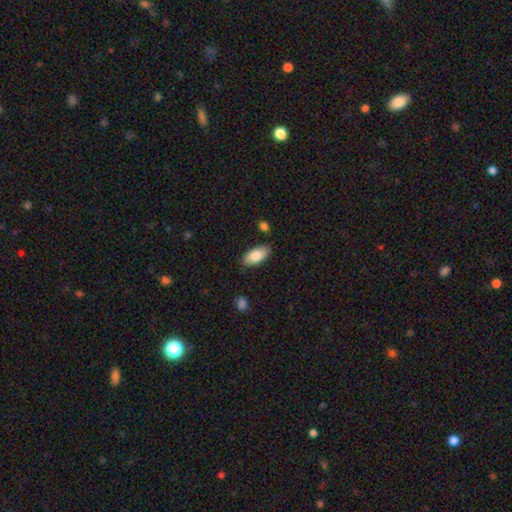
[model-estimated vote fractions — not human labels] Smooth or featured? smooth (83%)
How rounded? in between (92%)
Merging? none (84%)